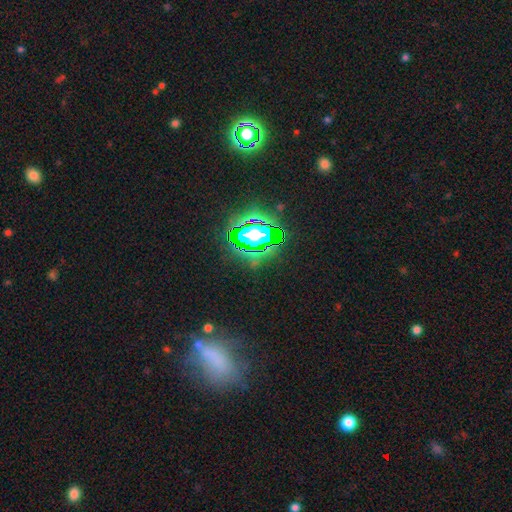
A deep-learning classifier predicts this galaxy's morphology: smooth_or_featured: star or artifact (p=0.73) [alt: smooth p=0.15]